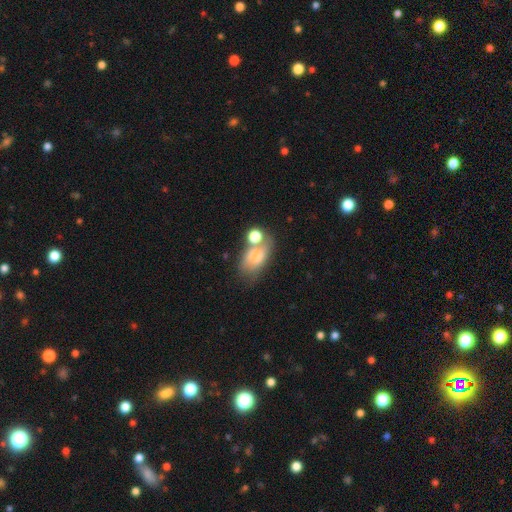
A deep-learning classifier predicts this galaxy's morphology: The model was most divided on "merging": none: 31%, merger: 29%, minor disturbance: 22%, major disturbance: 18%. More confident: how rounded — in between (83%); smooth or featured — smooth (62%).